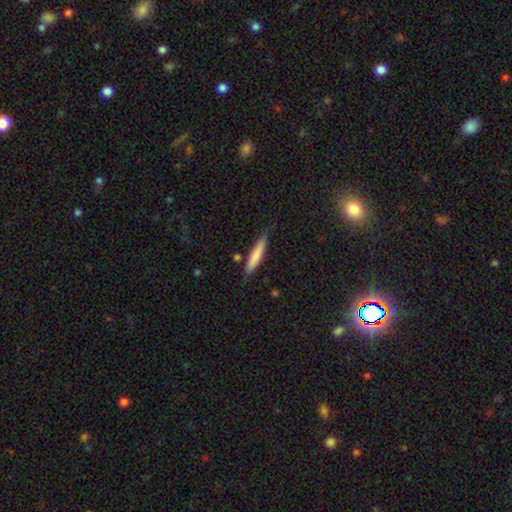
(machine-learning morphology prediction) Smooth or featured? smooth (77%)
How rounded? cigar-shaped (88%)
Merging? none (79%)